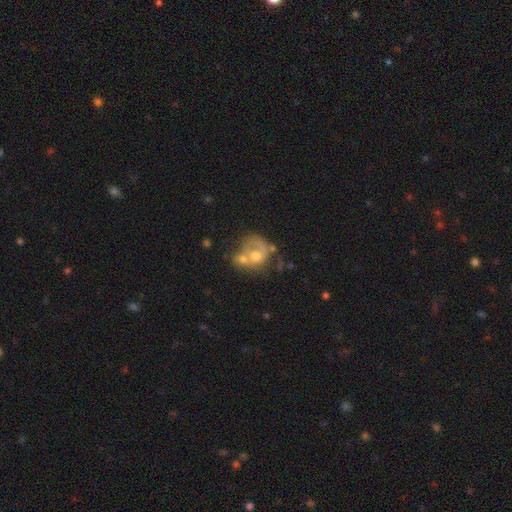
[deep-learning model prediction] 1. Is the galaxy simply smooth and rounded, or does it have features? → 51% featured or disk, 40% smooth, 9% star or artifact.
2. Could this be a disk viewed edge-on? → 97% no, 3% yes.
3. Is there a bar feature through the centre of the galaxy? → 84% no, 14% weak, 3% strong.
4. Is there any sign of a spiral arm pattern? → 52% no, 48% yes.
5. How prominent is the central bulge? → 64% moderate, 15% small, 13% large, 6% none, 2% dominant.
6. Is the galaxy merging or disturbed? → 44% merger, 24% none, 19% major disturbance, 13% minor disturbance.